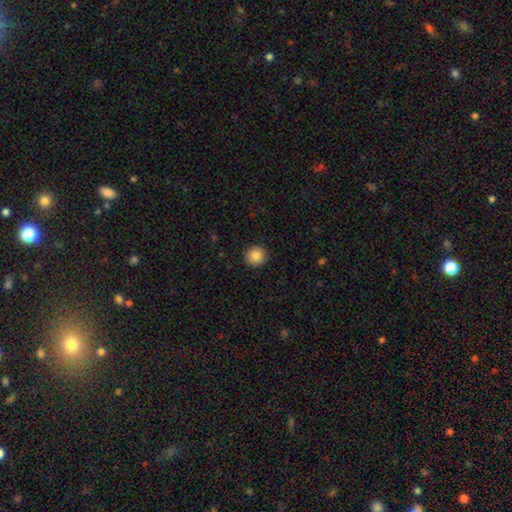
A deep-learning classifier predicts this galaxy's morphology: Overall: smooth (86%). How rounded: round (93%). Merging: none (92%).